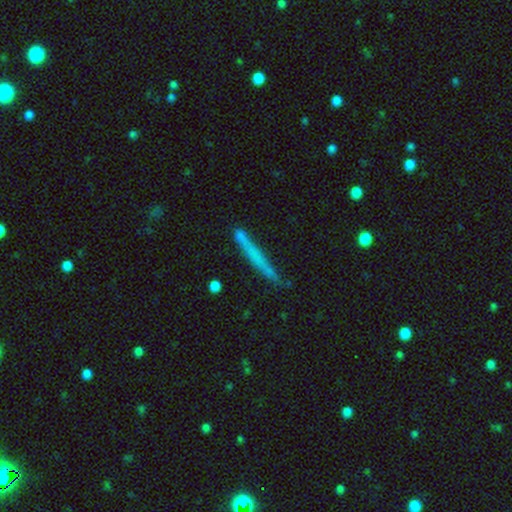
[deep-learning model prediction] Smooth or featured? smooth (58%)
How rounded? cigar-shaped (96%)
Merging? none (79%)